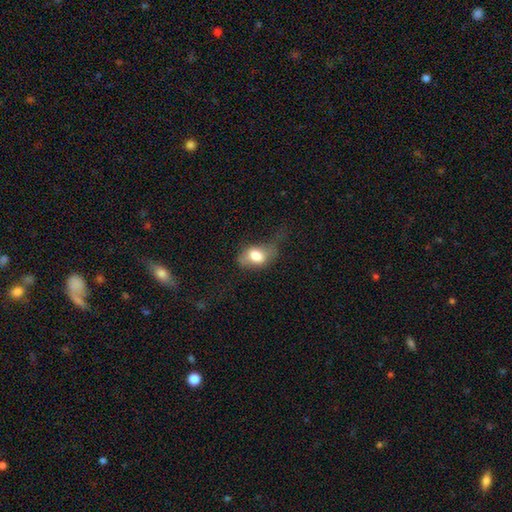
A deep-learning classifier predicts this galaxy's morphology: A smooth galaxy with no disk features (73%) that is in between round and cigar-shaped (80%). Merging: major disturbance (35%).